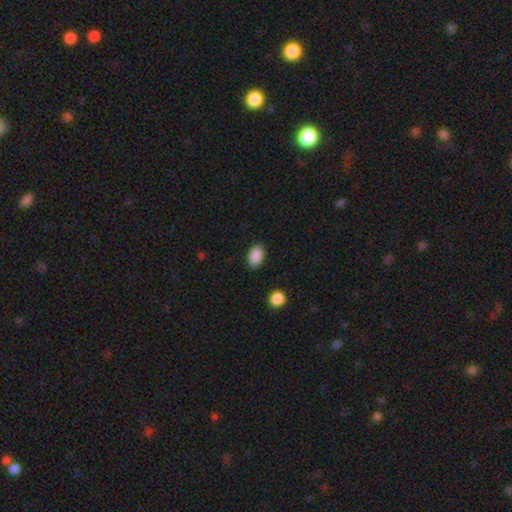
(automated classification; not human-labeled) Smooth or featured? smooth (90%)
How rounded? in between (90%)
Merging? none (88%)